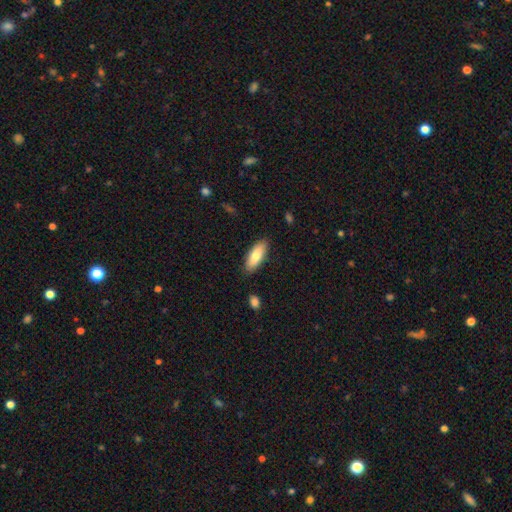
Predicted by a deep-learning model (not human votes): A smooth galaxy with no disk features (78%) that is in between round and cigar-shaped (69%). Merging: none (86%).